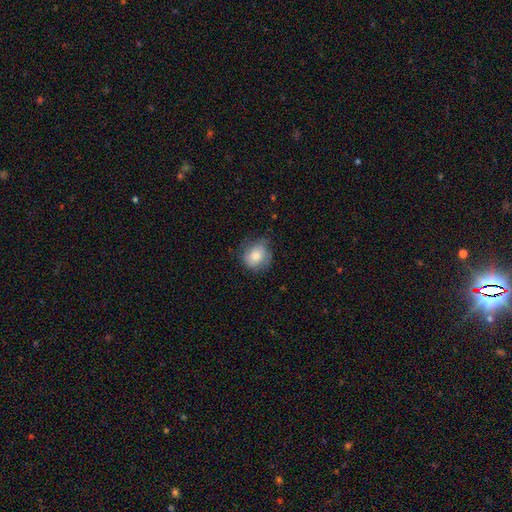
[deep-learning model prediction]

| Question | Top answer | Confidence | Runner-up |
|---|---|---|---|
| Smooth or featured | smooth | 78% | featured or disk (15%) |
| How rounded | round | 69% | in between (30%) |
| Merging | none | 62% | minor disturbance (28%) |